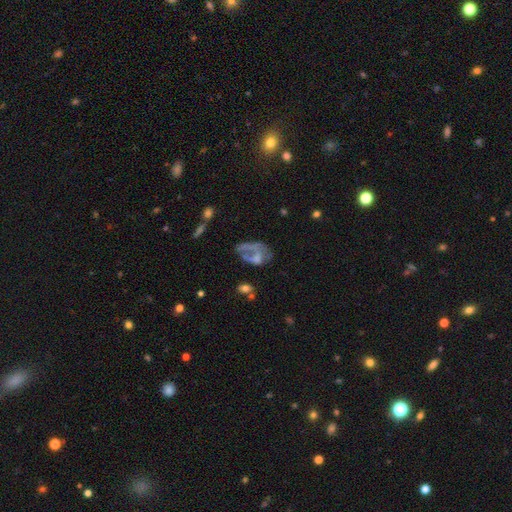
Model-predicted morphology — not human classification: Smooth or featured? Predicted: featured or disk (p=0.49). Merging? Predicted: major disturbance (p=0.40).